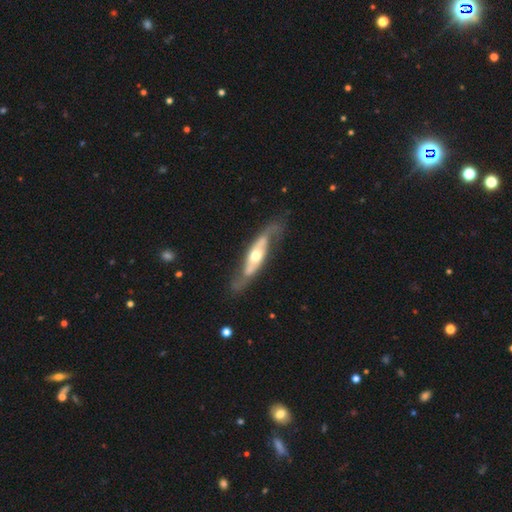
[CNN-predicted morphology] Overall: featured or disk (76%). Edge-on disk: no (69%; yes 31%). Bar: no (64%). Spiral arms: yes (77%). Bulge size: moderate (67%). Merging: none (64%).